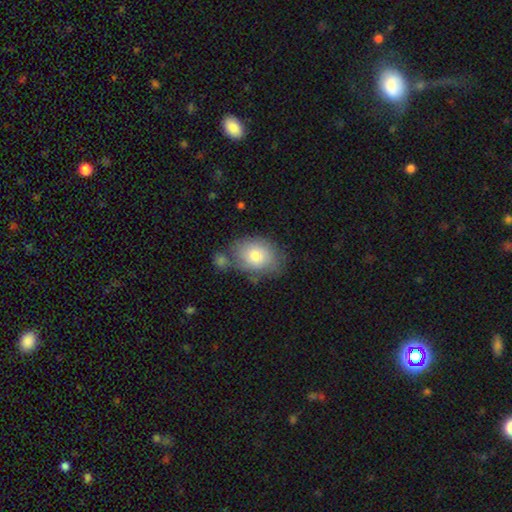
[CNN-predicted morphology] The model was most divided on "merging": none: 59%, minor disturbance: 21%, merger: 13%, major disturbance: 7%. More confident: smooth or featured — smooth (75%); how rounded — in between (70%).